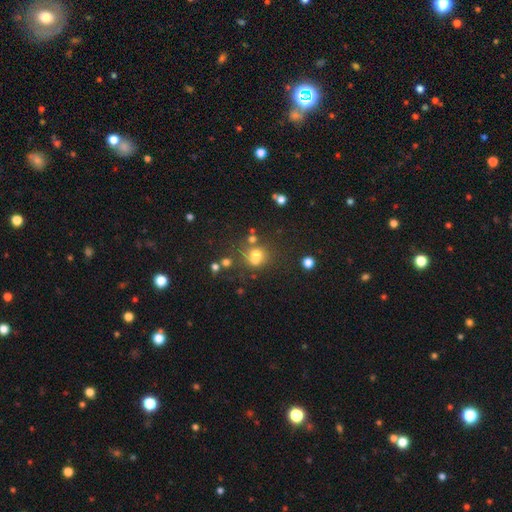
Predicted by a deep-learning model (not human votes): Overall: smooth (61%; star or artifact 21%). How rounded: round (79%). Merging: merger (42%, tied with none).